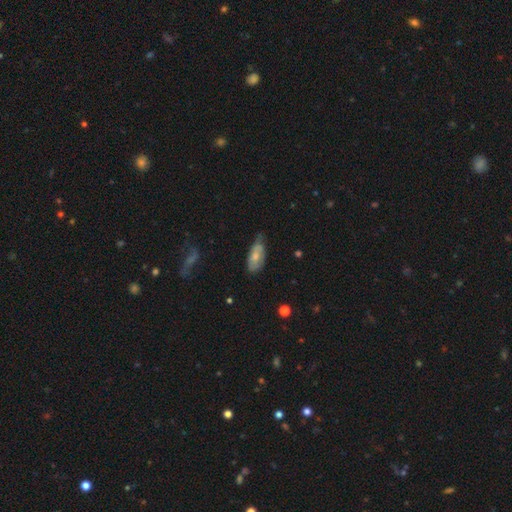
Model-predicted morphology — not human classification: smooth 62%, featured or disk 32%, star or artifact 7%. Down the decision tree: how rounded — in between (87%); merging — none (45%).